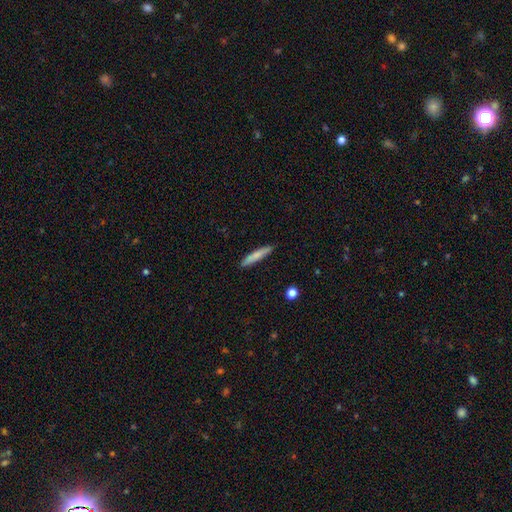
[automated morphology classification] smooth-or-featured: smooth: 75% | featured or disk: 19% | star or artifact: 6%
  how-rounded: cigar-shaped: 92% | in between: 7% | round: 1%
  merging: none: 89% | minor disturbance: 8% | major disturbance: 2% | merger: 1%